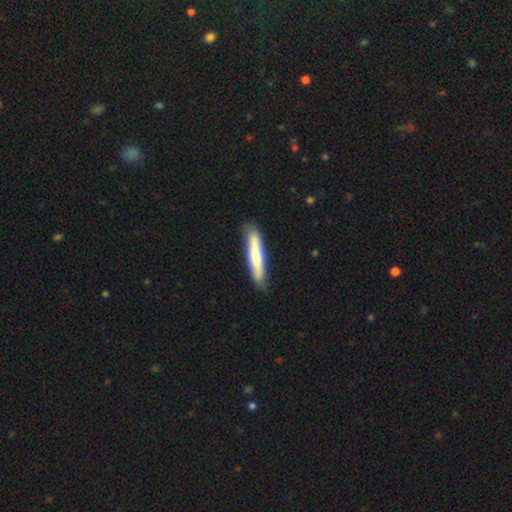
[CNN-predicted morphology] smooth-or-featured: smooth: 66% | featured or disk: 30% | star or artifact: 5%
  how-rounded: cigar-shaped: 90% | in between: 8% | round: 1%
  merging: none: 85% | minor disturbance: 12% | major disturbance: 2% | merger: 1%